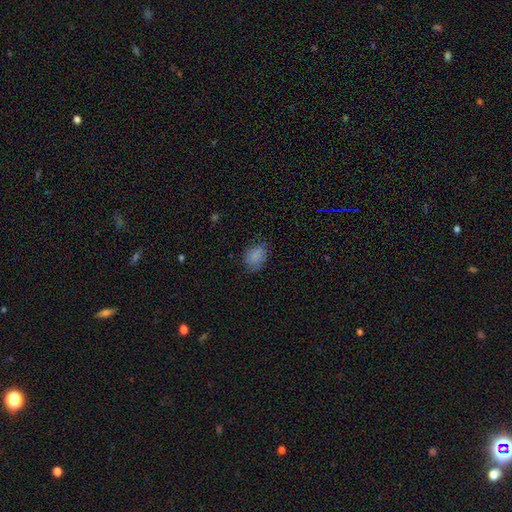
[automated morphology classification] This is clearly a smooth galaxy (84%). How rounded: likely in between (73%). Merging: likely none (73%).